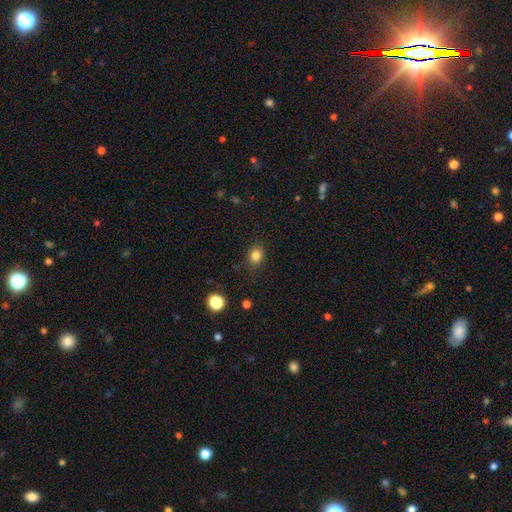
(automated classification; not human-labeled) This is clearly a smooth galaxy (83%). How rounded: possibly round (55%). Merging: clearly none (85%).